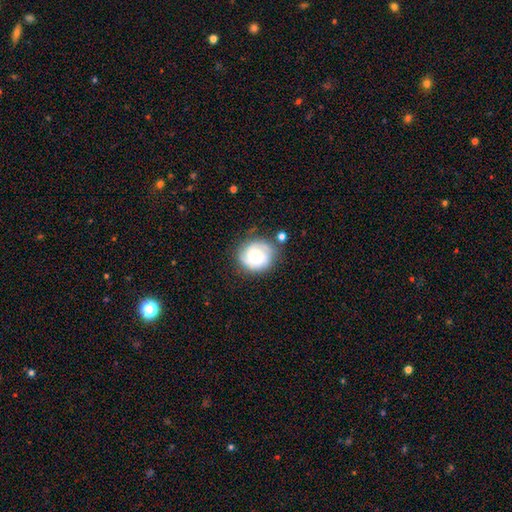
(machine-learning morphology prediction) This appears to be a featured or disk galaxy (53%) with no bar (64%), spiral arms (89%) and a moderate central bulge (36%). Merging: none (69%).